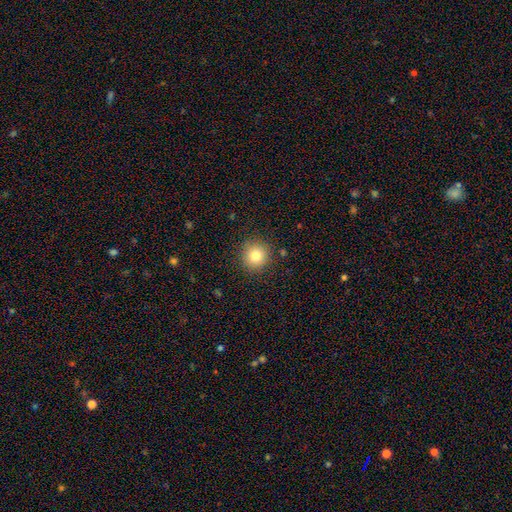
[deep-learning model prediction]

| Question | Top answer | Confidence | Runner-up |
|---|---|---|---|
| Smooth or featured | smooth | 80% | star or artifact (12%) |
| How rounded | round | 94% | in between (5%) |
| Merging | none | 90% | minor disturbance (7%) |